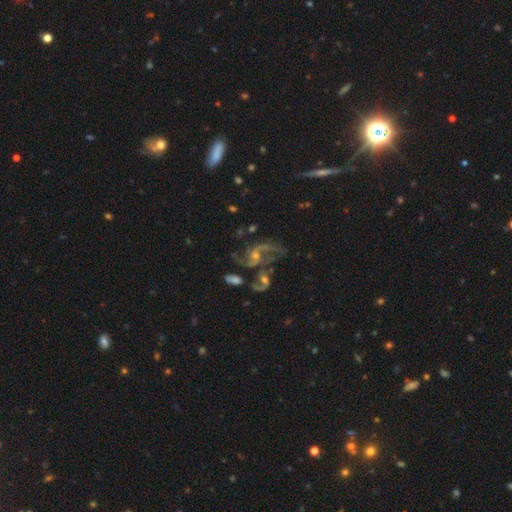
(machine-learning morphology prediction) Smooth or featured: featured or disk — 81% (star or artifact — 12%)
Edge-on disk: no — 97% (yes — 3%)
Bar: no — 54% (weak — 37%)
Spiral arms: yes — 92% (no — 8%)
Spiral winding: loose — 53% (medium — 38%)
Spiral arm count: 2 — 69% (can't tell — 10%)
Bulge size: small — 46% (moderate — 40%)
Merging: merger — 35% (none — 34%)